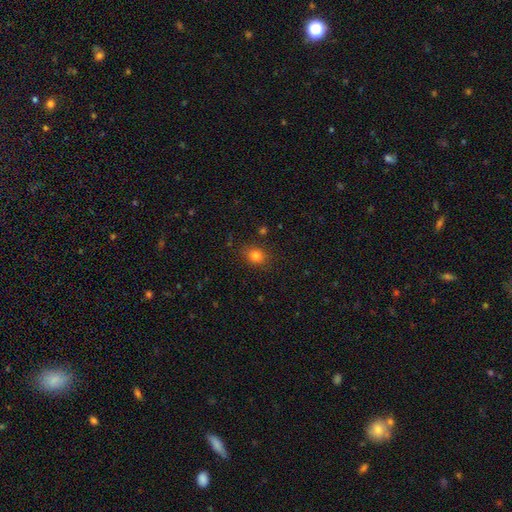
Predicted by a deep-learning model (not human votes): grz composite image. It shows a smooth galaxy with no disk features (81%) that is round (57%). Merging: none (85%).